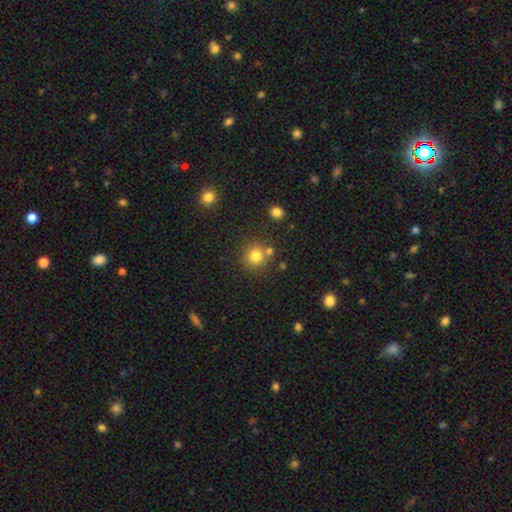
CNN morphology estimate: smooth-or-featured: smooth: 79% | star or artifact: 14% | featured or disk: 7%
  how-rounded: round: 91% | in between: 8% | cigar-shaped: 1%
  merging: none: 73% | merger: 15% | minor disturbance: 9% | major disturbance: 3%